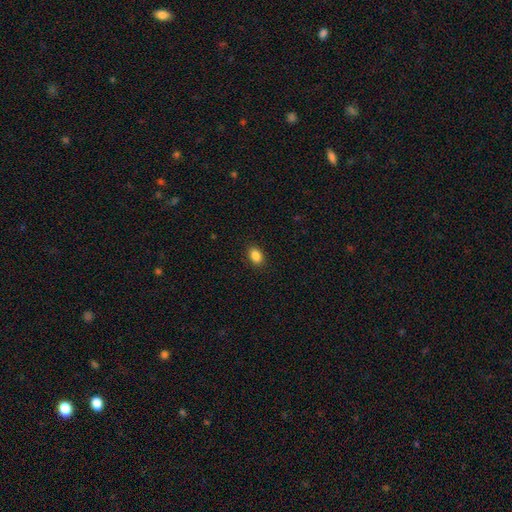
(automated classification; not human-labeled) Smooth or featured? smooth (87%)
How rounded? in between (80%)
Merging? none (90%)